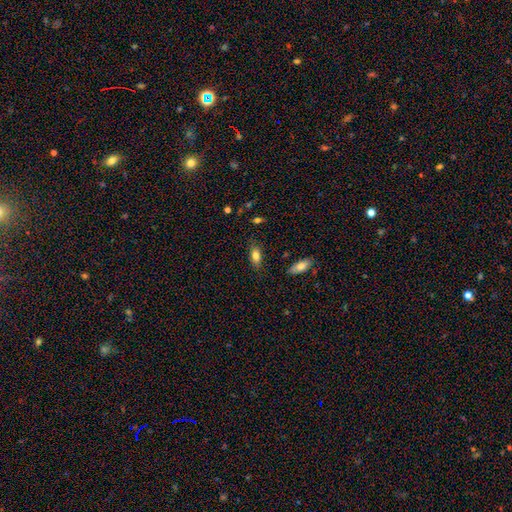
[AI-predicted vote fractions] smooth-or-featured: smooth: 79% | featured or disk: 13% | star or artifact: 8%
  how-rounded: in between: 85% | cigar-shaped: 10% | round: 4%
  merging: none: 82% | minor disturbance: 13% | major disturbance: 3% | merger: 2%